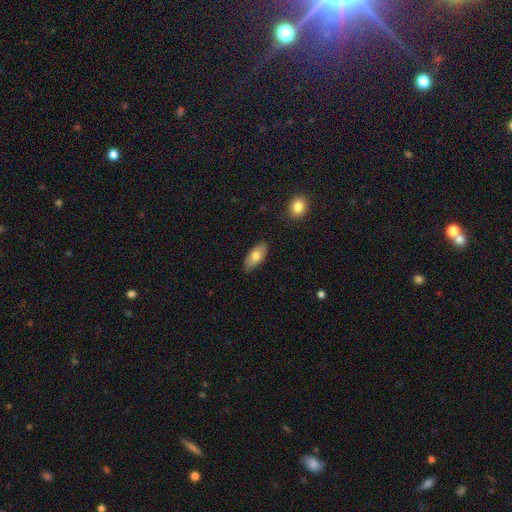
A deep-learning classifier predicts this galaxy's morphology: type=smooth (73%); roundness=in between (89%); merging=none (85%).